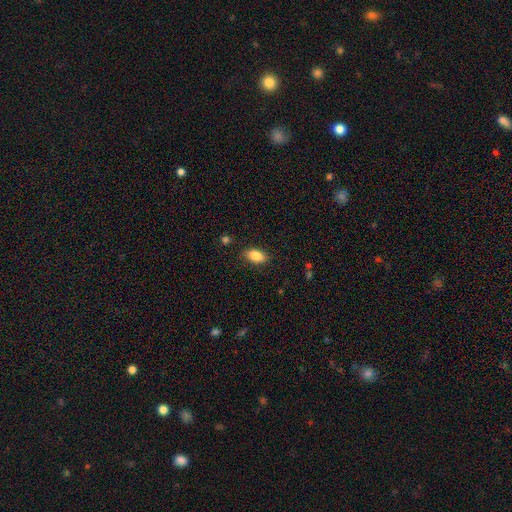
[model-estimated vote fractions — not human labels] Smooth or featured?
  - smooth: 86% *
  - star or artifact: 8%
  - featured or disk: 6%
How rounded?
  - in between: 90% *
  - round: 6%
  - cigar-shaped: 4%
Merging?
  - none: 84% *
  - minor disturbance: 12%
  - major disturbance: 3%
  - merger: 1%